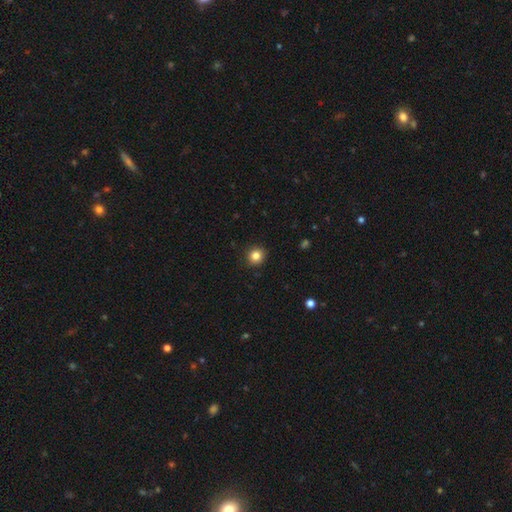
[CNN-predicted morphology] Q: Smooth or featured?
A: smooth (83%); runner-up: star or artifact (11%)
Q: How rounded?
A: round (93%); runner-up: in between (6%)
Q: Merging?
A: none (91%); runner-up: minor disturbance (6%)